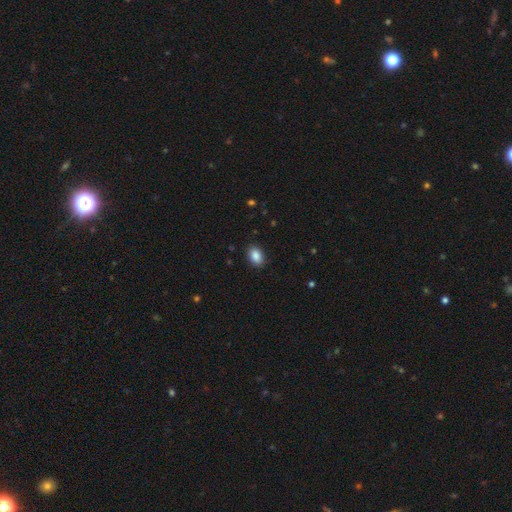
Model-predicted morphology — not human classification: This appears to be a smooth galaxy with no disk features (88%) that is in between round and cigar-shaped (83%). Merging: none (89%).